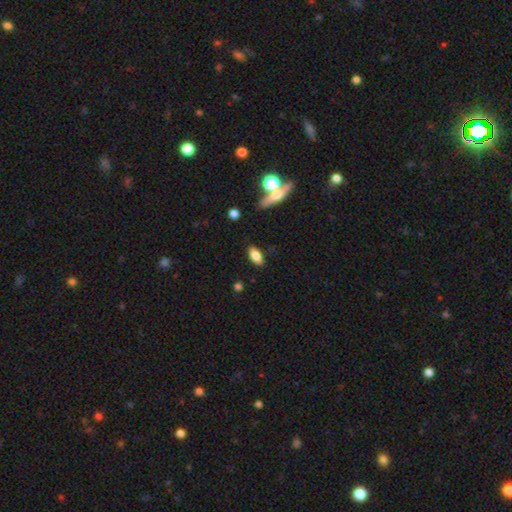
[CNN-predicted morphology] This appears to be a smooth galaxy with no disk features (77%) that is in between round and cigar-shaped (85%). Merging: none (86%).